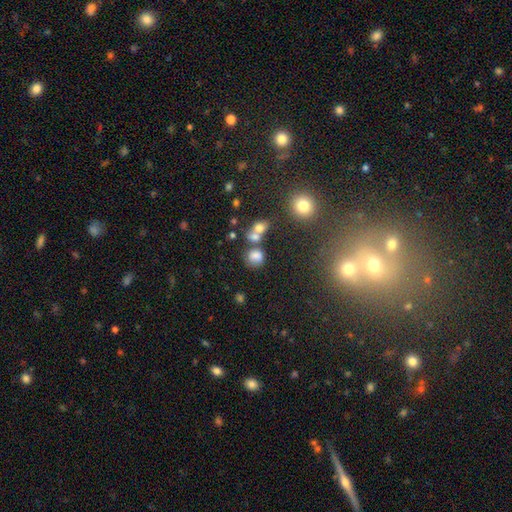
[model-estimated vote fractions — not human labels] Smooth or featured? Predicted: smooth (p=0.74). How rounded? Predicted: round (p=0.75). Merging? Predicted: none (p=0.49).